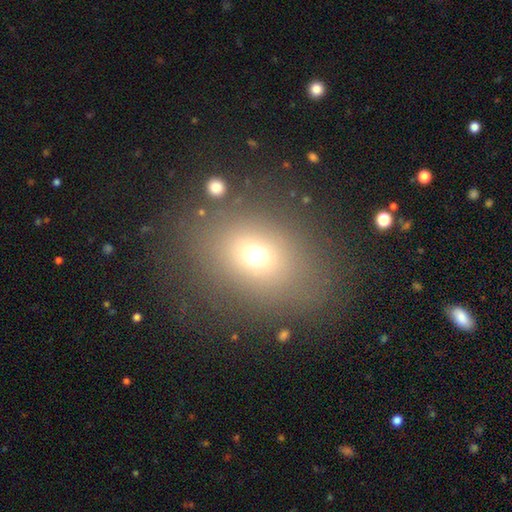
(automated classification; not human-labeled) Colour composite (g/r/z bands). It shows a smooth galaxy with no disk features (67%) that is in between round and cigar-shaped (51%). Merging: none (78%).